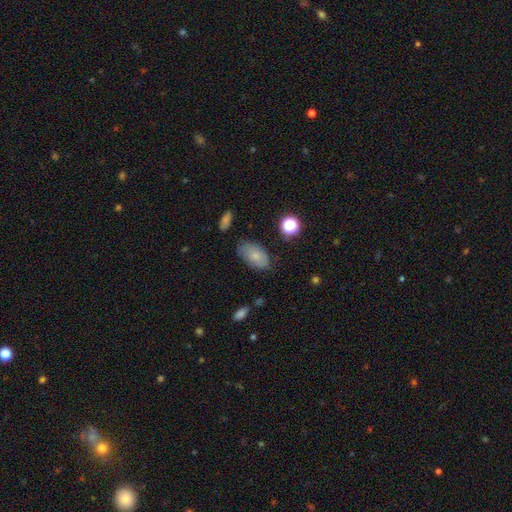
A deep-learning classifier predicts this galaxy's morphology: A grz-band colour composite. It shows a smooth galaxy with no disk features (72%) that is in between round and cigar-shaped (92%). Merging: none (70%).